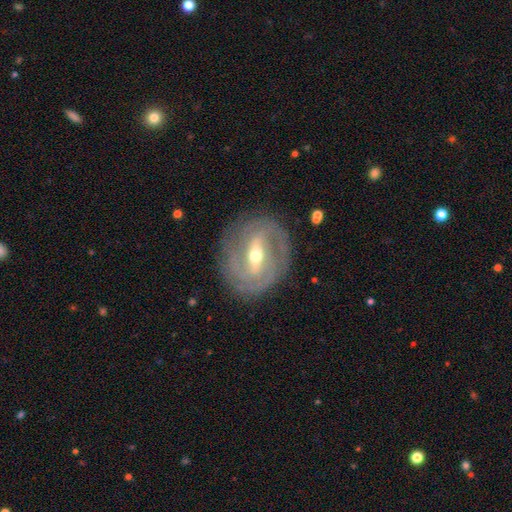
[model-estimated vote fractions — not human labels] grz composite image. It shows a featured or disk galaxy (86%) with a strong bar (53%), 2 (45%) tight (62%) spiral arms (91%) and a moderate central bulge (56%). Merging: none (83%).